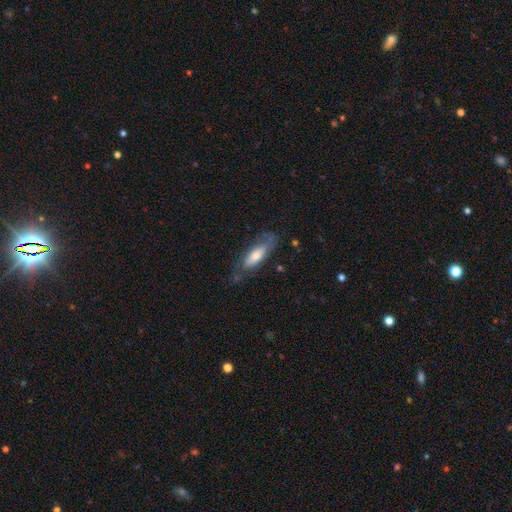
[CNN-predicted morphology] Smooth or featured? Predicted: smooth (p=0.56). How rounded? Predicted: in between (p=0.56). Merging? Predicted: none (p=0.62).